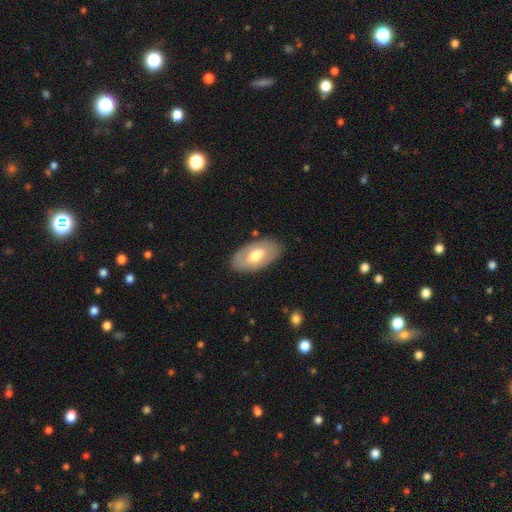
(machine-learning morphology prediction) smooth 55%, featured or disk 40%, star or artifact 5%. Down the decision tree: how rounded — in between (94%); merging — none (83%).